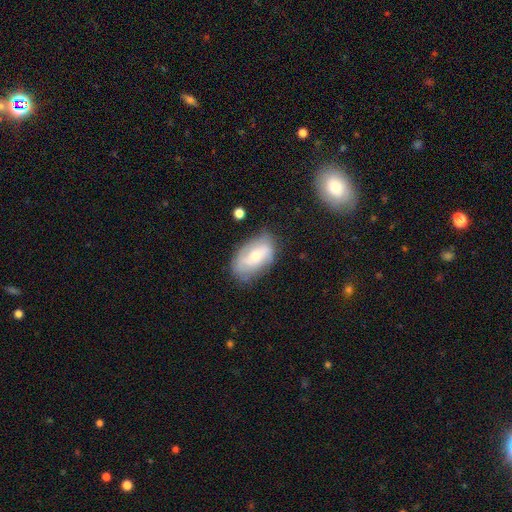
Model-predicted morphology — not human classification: The model was most divided on "smooth or featured" (2-way tie): featured or disk: 46%, smooth: 46%, star or artifact: 8%. More confident: merging — none (62%).